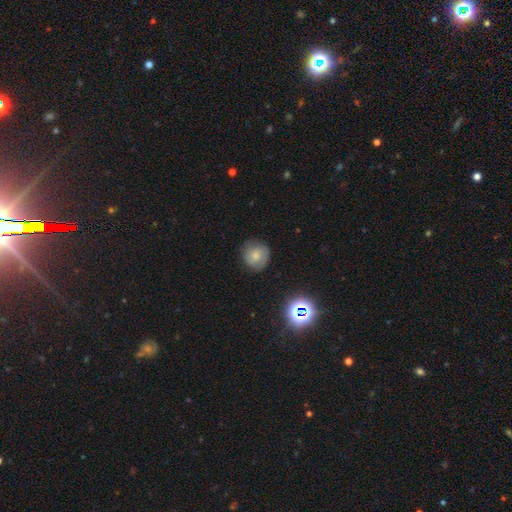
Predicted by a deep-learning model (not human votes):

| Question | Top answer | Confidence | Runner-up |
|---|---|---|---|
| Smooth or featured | smooth | 63% | featured or disk (25%) |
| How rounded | round | 88% | in between (11%) |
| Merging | none | 76% | minor disturbance (18%) |